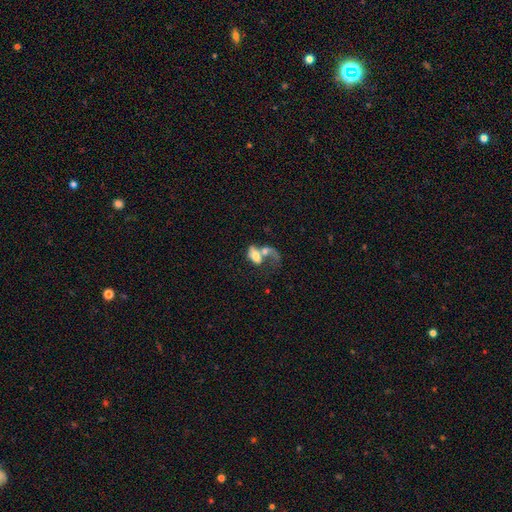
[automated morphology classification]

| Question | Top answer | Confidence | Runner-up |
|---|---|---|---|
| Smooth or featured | smooth | 51% | featured or disk (41%) |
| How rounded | in between | 84% | round (12%) |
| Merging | merger | 62% | major disturbance (21%) |